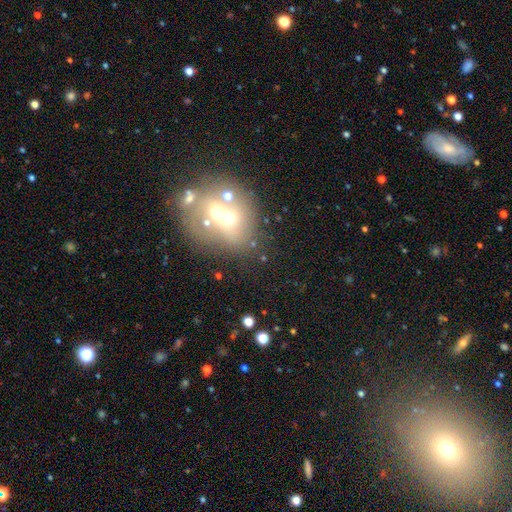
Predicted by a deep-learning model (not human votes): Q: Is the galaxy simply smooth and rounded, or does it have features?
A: featured or disk — 35%, tied with smooth.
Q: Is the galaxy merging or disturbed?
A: merger — 42%.